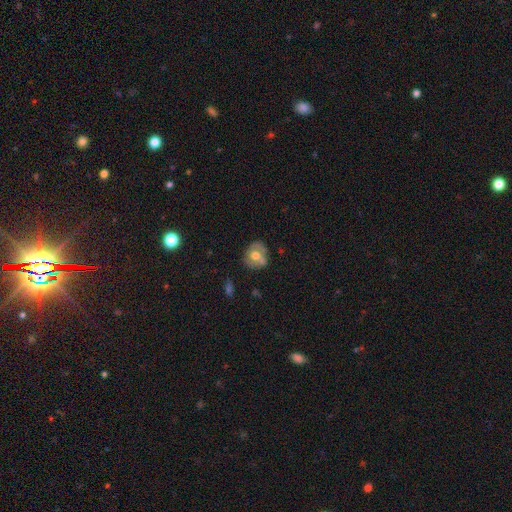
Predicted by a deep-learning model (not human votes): Smooth or featured? smooth (49%)
Merging? none (62%)